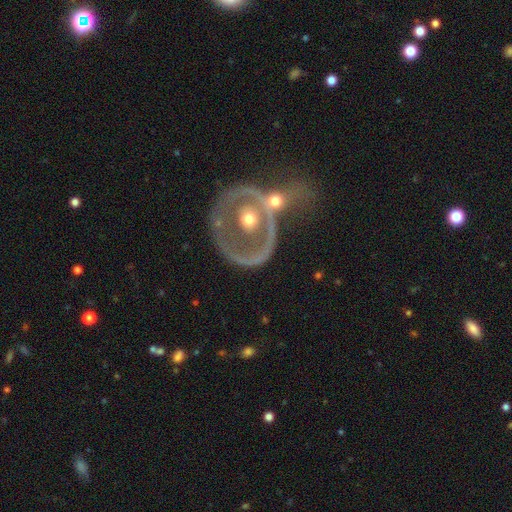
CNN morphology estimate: A featured or disk galaxy (70%) with no bar (86%), no spiral arms (75%) and a moderate central bulge (70%). Merging: none (39%).